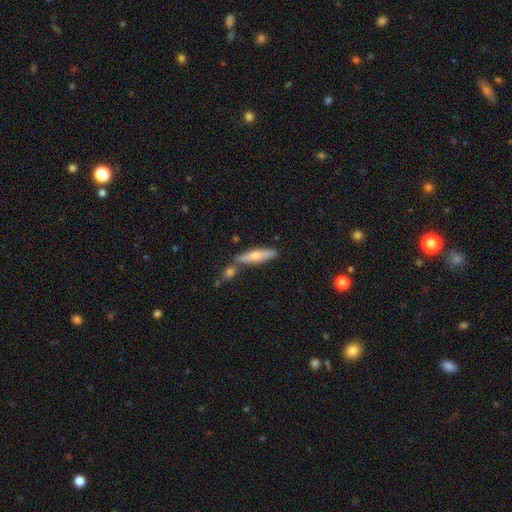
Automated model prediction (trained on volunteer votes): A smooth galaxy with no disk features (59%) that is cigar-shaped (75%). Merging: none (67%).